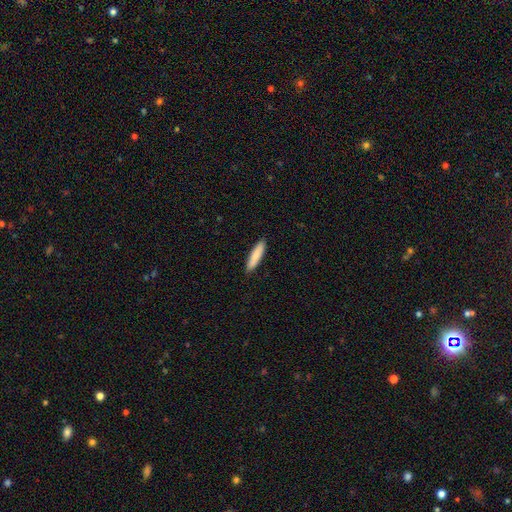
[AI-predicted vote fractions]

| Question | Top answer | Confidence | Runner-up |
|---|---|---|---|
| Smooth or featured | smooth | 82% | featured or disk (12%) |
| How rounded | cigar-shaped | 80% | in between (18%) |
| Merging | none | 90% | minor disturbance (8%) |